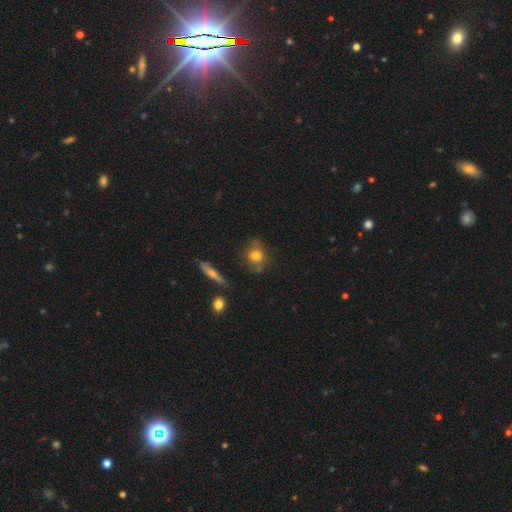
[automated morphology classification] smooth-or-featured: smooth: 73% | featured or disk: 17% | star or artifact: 10%
  how-rounded: round: 70% | in between: 27% | cigar-shaped: 3%
  merging: none: 67% | minor disturbance: 20% | merger: 7% | major disturbance: 6%